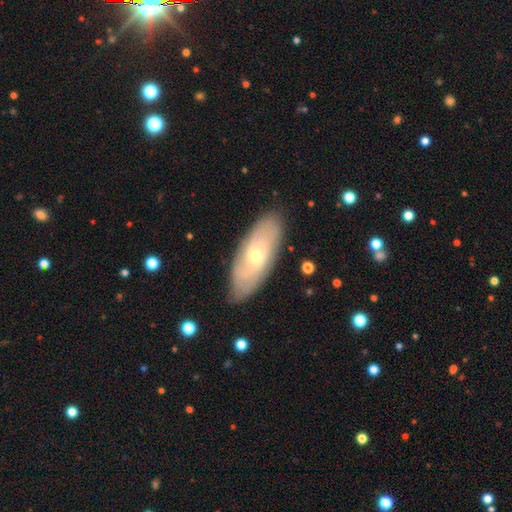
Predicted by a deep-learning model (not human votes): Overall: featured or disk (60%; smooth 33%). Edge-on disk: no (85%). Bar: weak (46%; no 44%). Spiral arms: yes (72%). Bulge size: small (52%; moderate 44%). Merging: none (83%).